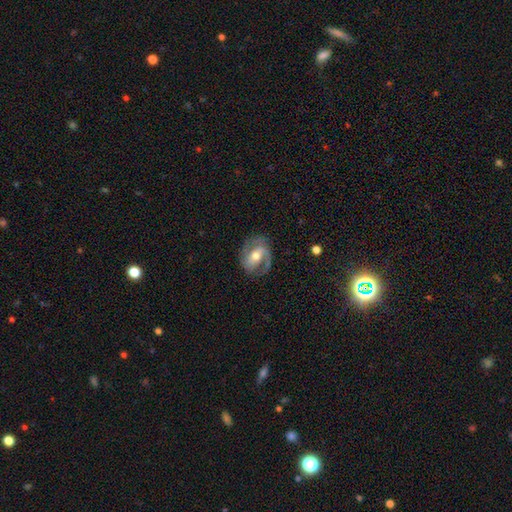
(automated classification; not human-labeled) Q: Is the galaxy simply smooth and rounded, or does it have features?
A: featured or disk — 82%.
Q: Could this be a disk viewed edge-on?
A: no — 97%.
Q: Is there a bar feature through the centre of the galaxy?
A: weak — 42%.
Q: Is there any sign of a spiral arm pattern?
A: yes — 93%.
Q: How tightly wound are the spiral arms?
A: medium — 49%.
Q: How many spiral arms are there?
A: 2 — 76%.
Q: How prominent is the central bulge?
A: moderate — 70%.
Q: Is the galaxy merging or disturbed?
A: none — 72%.